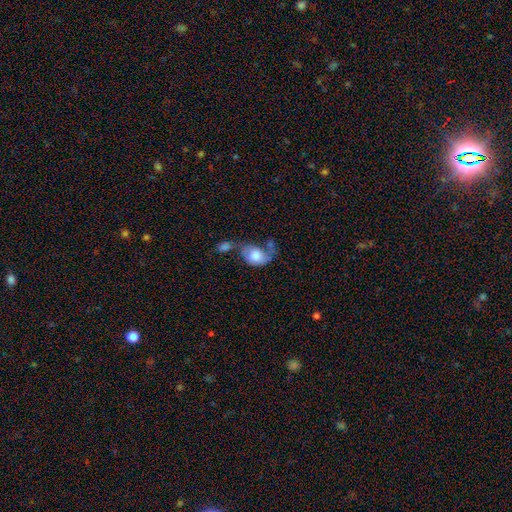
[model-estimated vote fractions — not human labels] Smooth or featured? Predicted: smooth (p=0.59). How rounded? Predicted: in between (p=0.75). Merging? Predicted: merger (p=0.36).